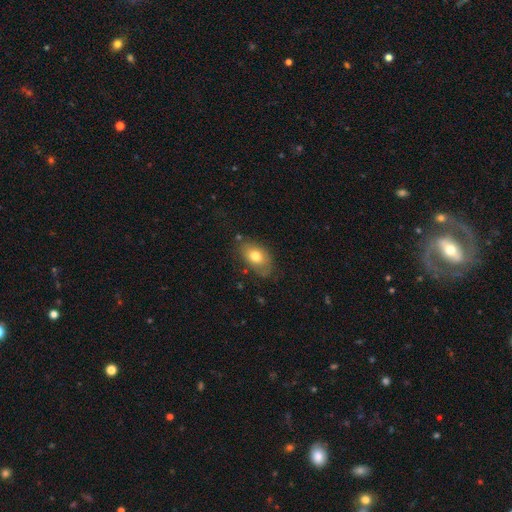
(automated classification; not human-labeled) The model was most divided on "merging": none: 68%, minor disturbance: 23%, major disturbance: 6%, merger: 2%. More confident: how rounded — in between (88%); smooth or featured — smooth (72%).